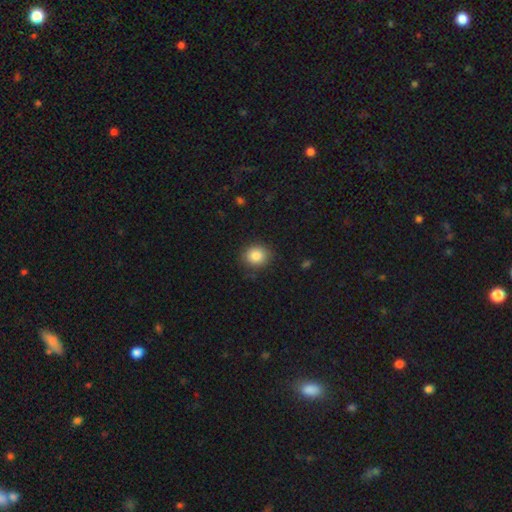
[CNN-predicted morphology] Smooth or featured? smooth (86%)
How rounded? round (80%)
Merging? none (88%)